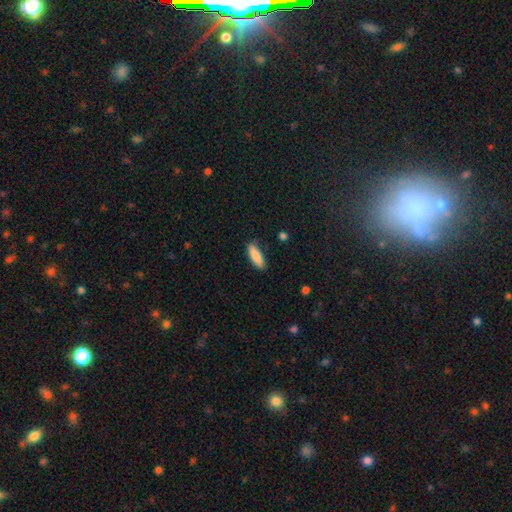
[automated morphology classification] type=smooth (87%); roundness=in between (55%); merging=none (85%).